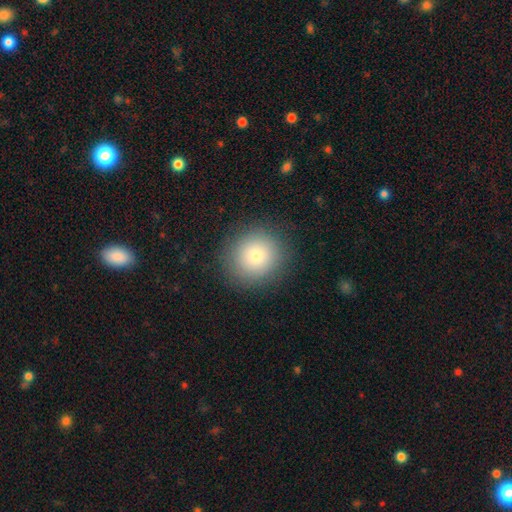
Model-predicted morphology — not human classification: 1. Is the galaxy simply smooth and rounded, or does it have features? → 79% smooth, 11% star or artifact, 10% featured or disk.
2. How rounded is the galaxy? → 91% round, 8% in between, 1% cigar-shaped.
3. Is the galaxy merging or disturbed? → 89% none, 7% minor disturbance, 3% major disturbance, 1% merger.